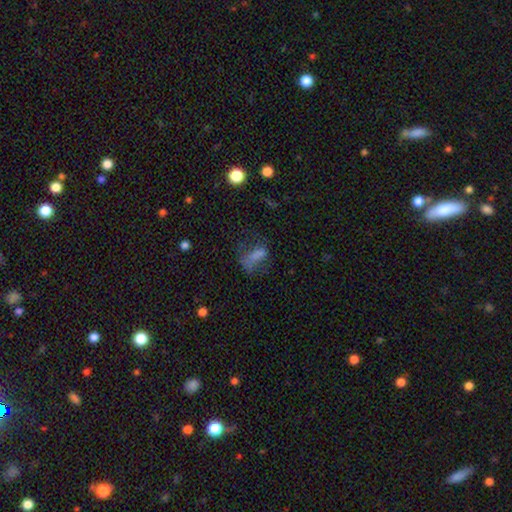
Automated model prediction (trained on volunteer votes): The model was most divided on "merging": major disturbance: 44%, none: 29%, minor disturbance: 20%, merger: 7%. More confident: how rounded — in between (77%); smooth or featured — smooth (61%).